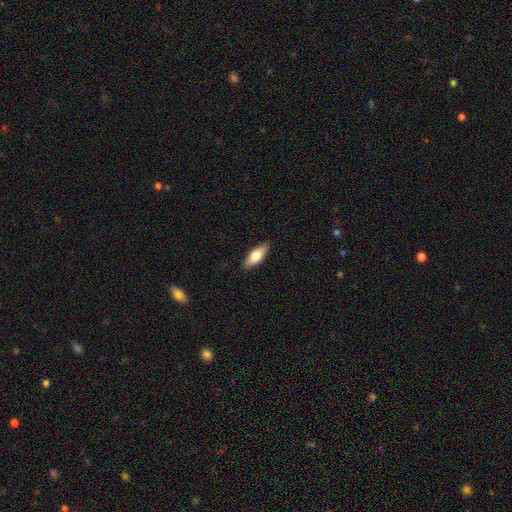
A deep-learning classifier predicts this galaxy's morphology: Smooth or featured: smooth — 66% (featured or disk — 28%)
How rounded: in between — 68% (cigar-shaped — 30%)
Merging: none — 88% (minor disturbance — 9%)